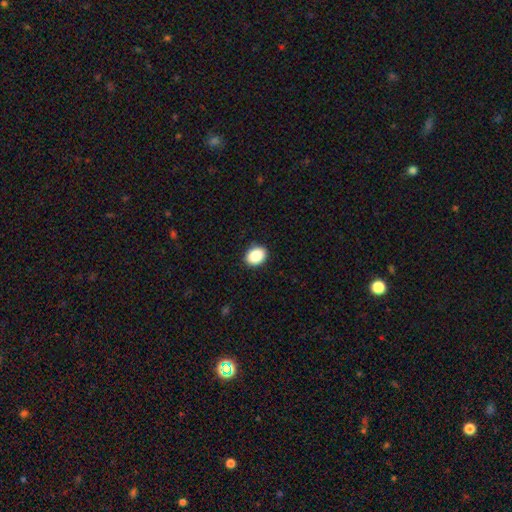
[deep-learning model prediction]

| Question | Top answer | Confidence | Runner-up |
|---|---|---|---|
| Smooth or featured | smooth | 89% | star or artifact (8%) |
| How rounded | in between | 63% | round (36%) |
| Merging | none | 90% | minor disturbance (8%) |